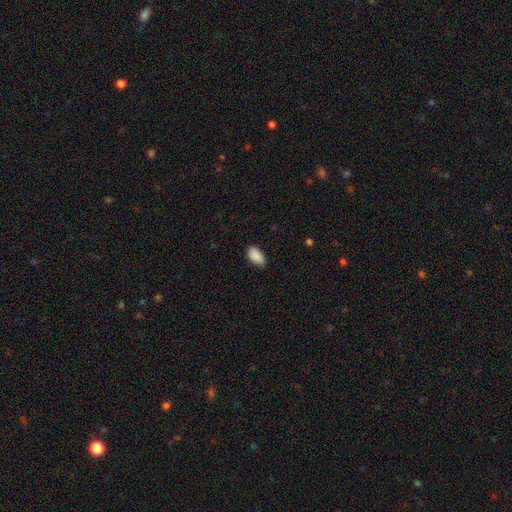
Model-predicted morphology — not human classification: A smooth galaxy with no disk features (89%) that is in between round and cigar-shaped (94%).

Vote fractions:
- Smooth or featured? smooth: 89% / star or artifact: 7% / featured or disk: 4%
- How rounded? in between: 94% / round: 4% / cigar-shaped: 2%
- Merging? none: 78% / minor disturbance: 18% / major disturbance: 3% / merger: 1%